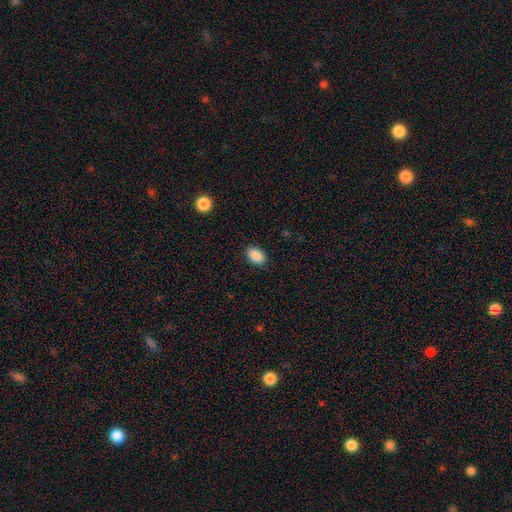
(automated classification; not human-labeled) This appears to be a smooth galaxy with no disk features (89%) that is in between round and cigar-shaped (89%). Merging: none (87%).